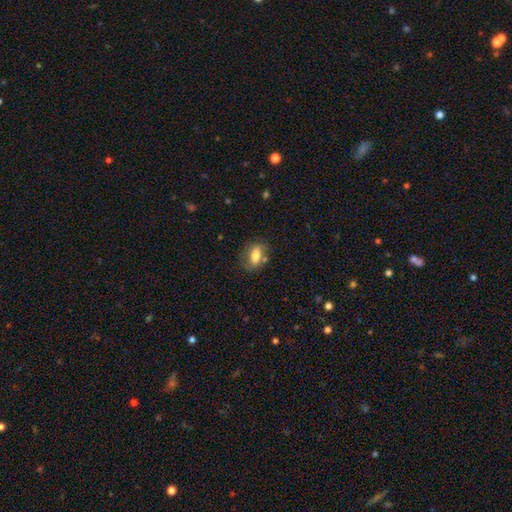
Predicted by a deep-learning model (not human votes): Smooth or featured? Predicted: smooth (p=0.69). How rounded? Predicted: in between (p=0.80). Merging? Predicted: none (p=0.67).